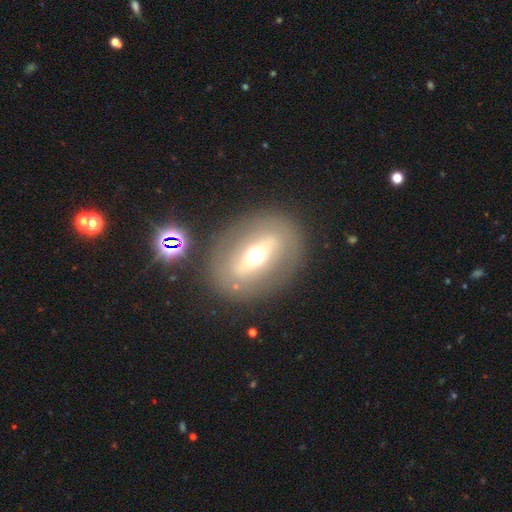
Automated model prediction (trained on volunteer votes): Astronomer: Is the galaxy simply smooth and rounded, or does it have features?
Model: featured or disk — 56% (runner-up: smooth, 35%).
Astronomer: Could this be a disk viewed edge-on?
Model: no — 80%.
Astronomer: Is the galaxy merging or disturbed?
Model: none — 81%.